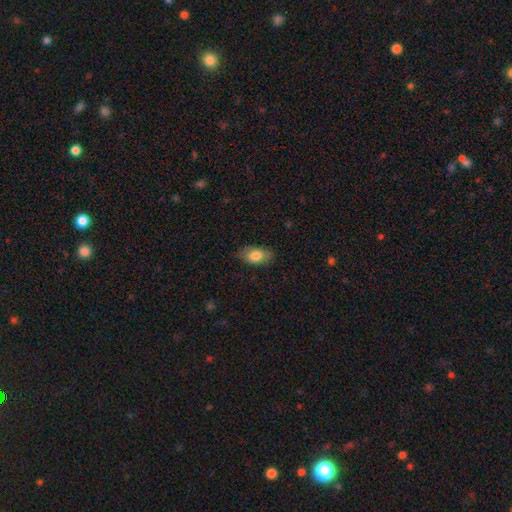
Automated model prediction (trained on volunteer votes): Overall: smooth (79%). How rounded: in between (92%). Merging: none (79%).